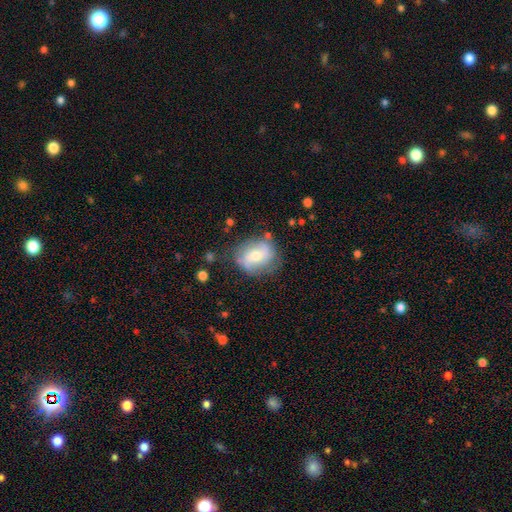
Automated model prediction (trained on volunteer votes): A featured or disk galaxy (58%) with no bar (42%), spiral arms (79%) and a moderate central bulge (57%).

Vote fractions:
- Smooth or featured? featured or disk: 58% / smooth: 34% / star or artifact: 7%
- Edge-on disk? no: 96% / yes: 4%
- Bar? no: 42% / weak: 41% / strong: 17%
- Spiral arms? yes: 79% / no: 21%
- Bulge size? moderate: 57% / small: 36% / large: 5% / none: 2% / dominant: 1%
- Merging? none: 67% / minor disturbance: 21% / major disturbance: 9% / merger: 3%